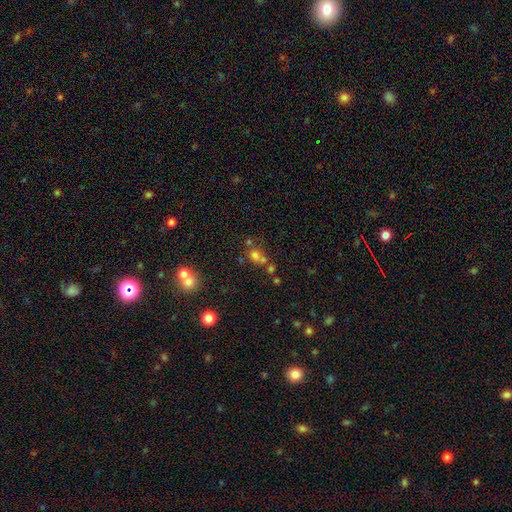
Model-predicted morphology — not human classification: Overall: smooth (65%). How rounded: round (75%). Merging: none (43%; merger 41%).